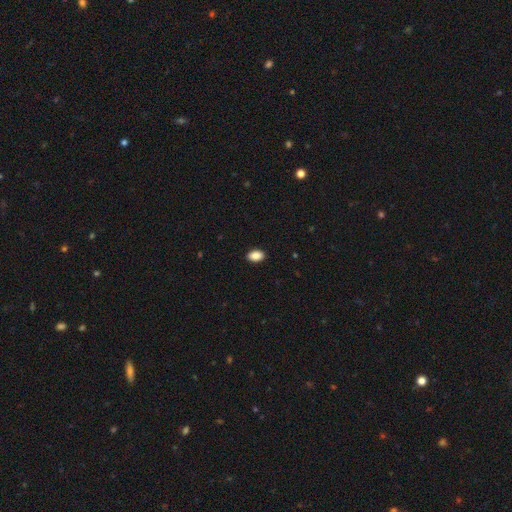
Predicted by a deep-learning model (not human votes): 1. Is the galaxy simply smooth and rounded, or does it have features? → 89% smooth, 8% star or artifact, 3% featured or disk.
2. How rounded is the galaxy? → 88% in between, 10% round, 1% cigar-shaped.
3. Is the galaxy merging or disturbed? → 91% none, 7% minor disturbance, 2% major disturbance, 1% merger.